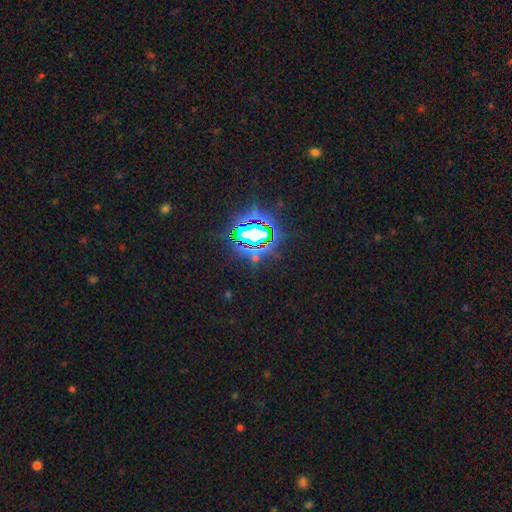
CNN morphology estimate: Smooth or featured? star or artifact (80%)